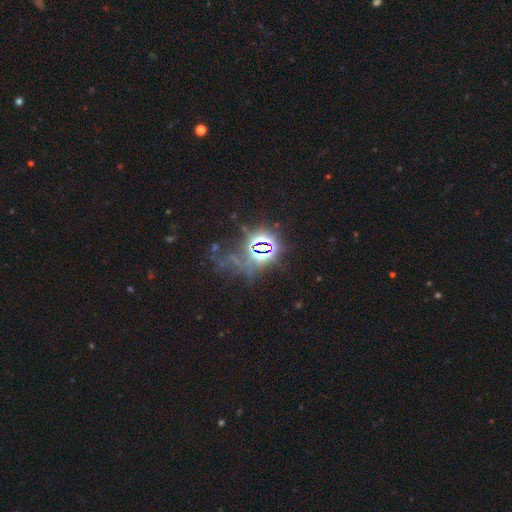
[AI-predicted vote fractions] Smooth or featured? star or artifact (55%)